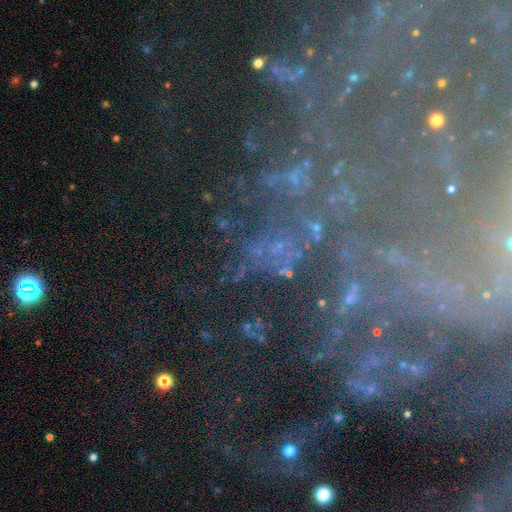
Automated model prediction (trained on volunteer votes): Smooth or featured? star or artifact (53%)